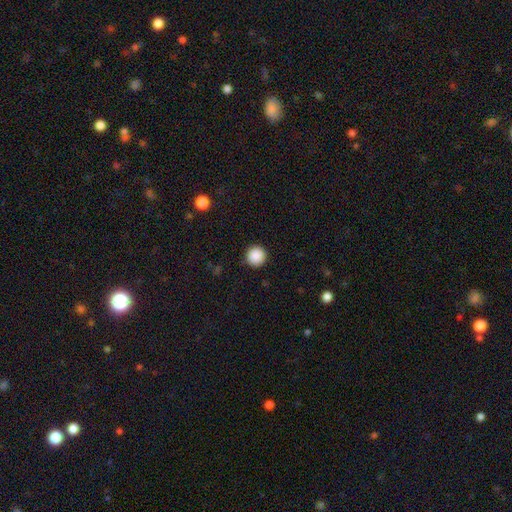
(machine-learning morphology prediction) A smooth galaxy with no disk features (89%) that is round (96%).

Vote fractions:
- Smooth or featured? smooth: 89% / star or artifact: 9% / featured or disk: 2%
- How rounded? round: 96% / in between: 3% / cigar-shaped: 1%
- Merging? none: 92% / minor disturbance: 5% / major disturbance: 2% / merger: 1%